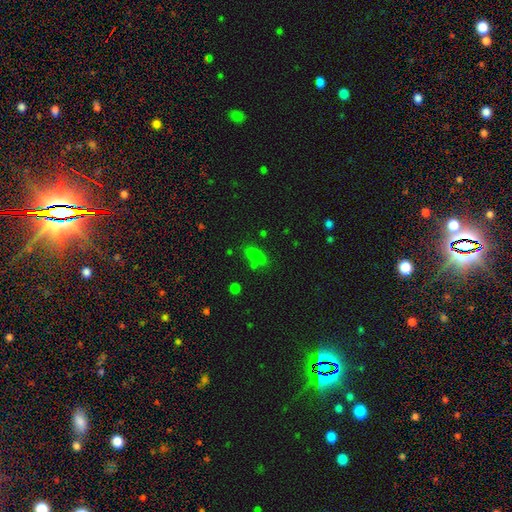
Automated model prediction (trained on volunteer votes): This is likely a smooth galaxy (77%). How rounded: likely in between (76%). Merging: likely none (74%).